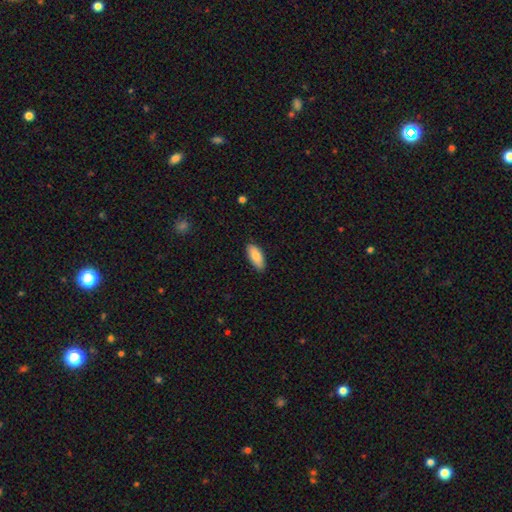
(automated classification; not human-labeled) This appears to be a smooth galaxy with no disk features (85%) that is in between round and cigar-shaped (85%). Merging: none (86%).